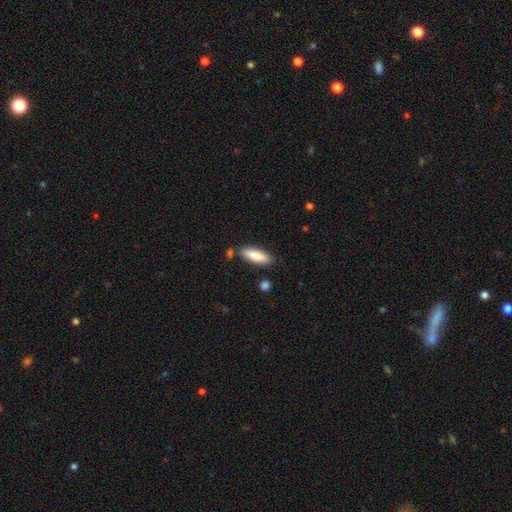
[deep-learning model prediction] Smooth or featured?
  - smooth: 84% *
  - featured or disk: 10%
  - star or artifact: 6%
How rounded?
  - in between: 54% *
  - cigar-shaped: 44%
  - round: 2%
Merging?
  - none: 82% *
  - minor disturbance: 11%
  - merger: 4%
  - major disturbance: 2%